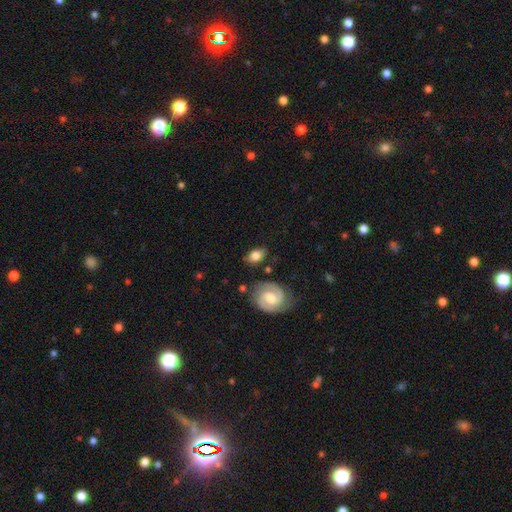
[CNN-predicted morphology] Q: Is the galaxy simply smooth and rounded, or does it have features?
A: smooth — 68%.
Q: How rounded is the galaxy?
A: in between — 82%.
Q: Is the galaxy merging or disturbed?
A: none — 73%.